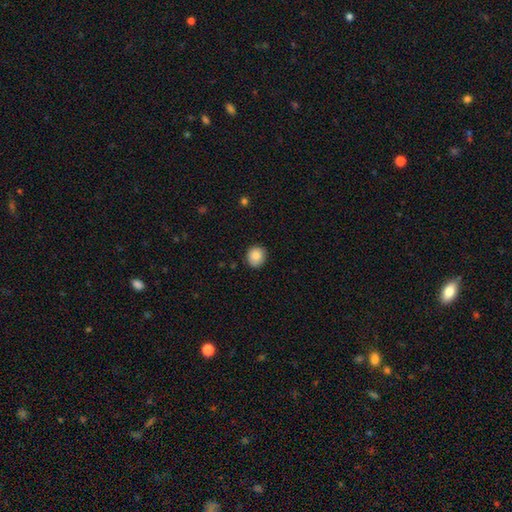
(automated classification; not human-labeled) Smooth or featured?
  - smooth: 86% *
  - star or artifact: 9%
  - featured or disk: 5%
How rounded?
  - round: 85% *
  - in between: 14%
  - cigar-shaped: 1%
Merging?
  - none: 85% *
  - minor disturbance: 12%
  - major disturbance: 2%
  - merger: 1%